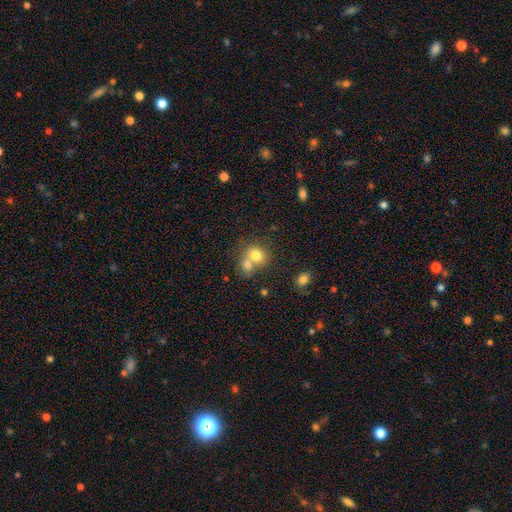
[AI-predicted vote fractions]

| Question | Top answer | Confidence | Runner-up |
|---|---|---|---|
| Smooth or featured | smooth | 75% | featured or disk (14%) |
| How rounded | round | 68% | in between (31%) |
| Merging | merger | 57% | none (33%) |